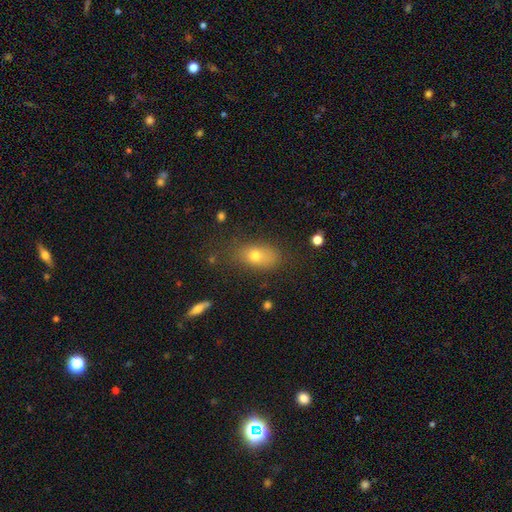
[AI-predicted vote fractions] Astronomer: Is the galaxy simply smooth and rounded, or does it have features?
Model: smooth — 73%.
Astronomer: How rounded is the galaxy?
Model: in between — 80%.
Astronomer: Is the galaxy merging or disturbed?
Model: none — 71%.